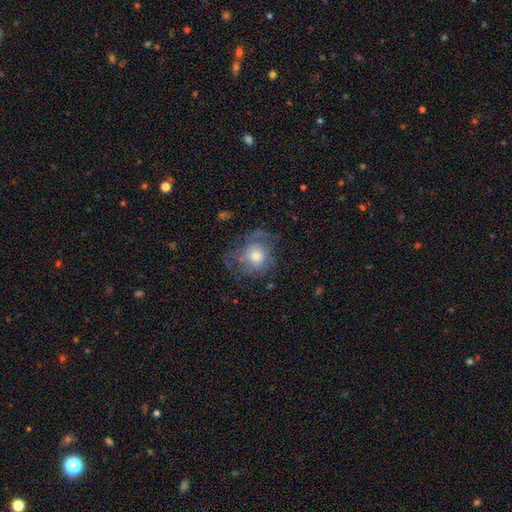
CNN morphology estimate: Smooth or featured? smooth (51%)
How rounded? round (78%)
Merging? none (54%)